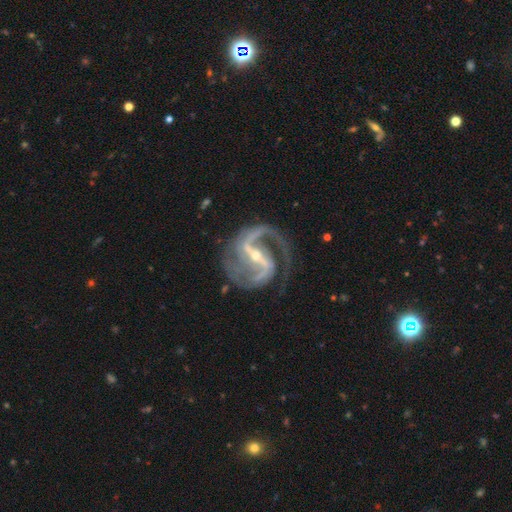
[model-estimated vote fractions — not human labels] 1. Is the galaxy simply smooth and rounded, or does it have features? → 93% featured or disk, 5% star or artifact, 2% smooth.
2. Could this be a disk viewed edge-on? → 97% no, 3% yes.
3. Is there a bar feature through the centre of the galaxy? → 68% strong, 25% weak, 8% no.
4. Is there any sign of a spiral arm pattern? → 98% yes, 2% no.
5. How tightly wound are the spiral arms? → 62% medium, 20% loose, 18% tight.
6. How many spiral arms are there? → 87% 2, 5% 3, 2% can't tell, 2% 1, 2% 4, 2% more than 4.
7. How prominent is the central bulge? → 65% small, 31% moderate, 1% none, 1% large, 1% dominant.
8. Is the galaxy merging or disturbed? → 70% none, 16% minor disturbance, 12% major disturbance, 2% merger.